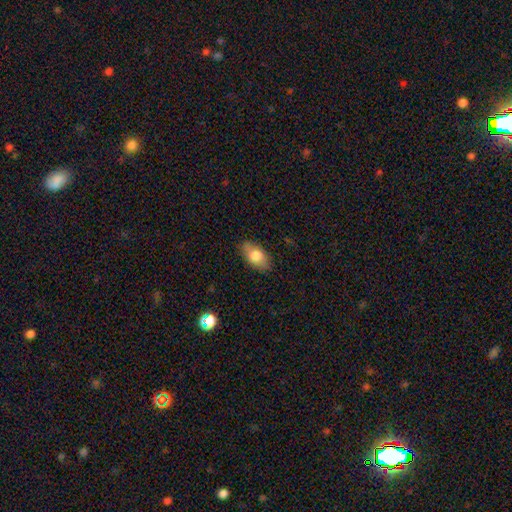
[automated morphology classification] Smooth or featured: smooth — 77% (featured or disk — 16%)
How rounded: in between — 92% (round — 5%)
Merging: none — 84% (minor disturbance — 13%)